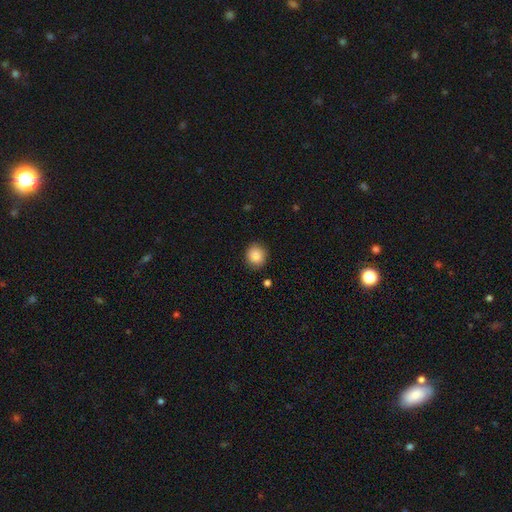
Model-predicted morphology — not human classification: A smooth galaxy with no disk features (86%) that is round (83%). Merging: none (86%).